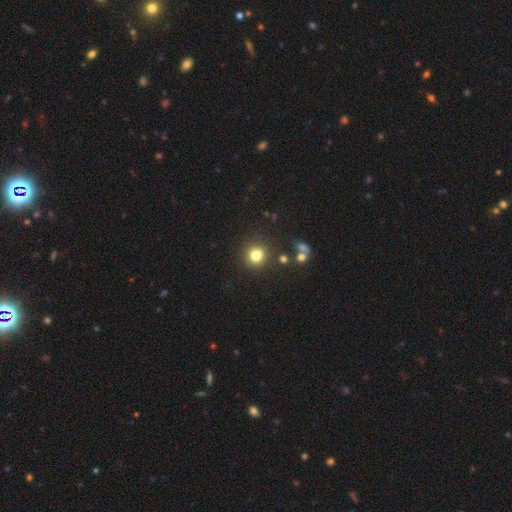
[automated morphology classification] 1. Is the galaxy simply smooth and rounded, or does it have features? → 77% smooth, 14% star or artifact, 9% featured or disk.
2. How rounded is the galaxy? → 81% round, 18% in between, 1% cigar-shaped.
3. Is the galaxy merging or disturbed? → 71% none, 13% merger, 12% minor disturbance, 4% major disturbance.